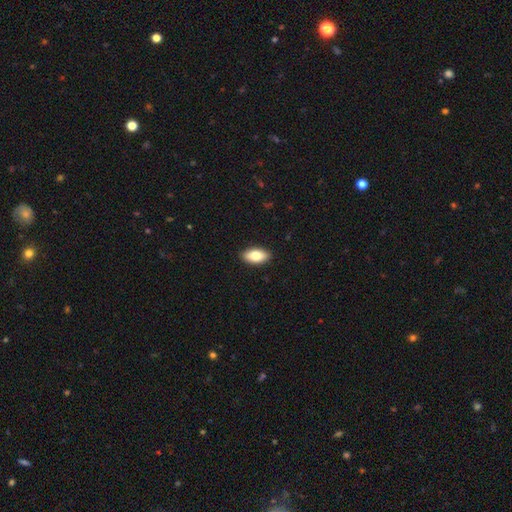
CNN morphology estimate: type=smooth (78%); roundness=in between (92%); merging=none (90%).